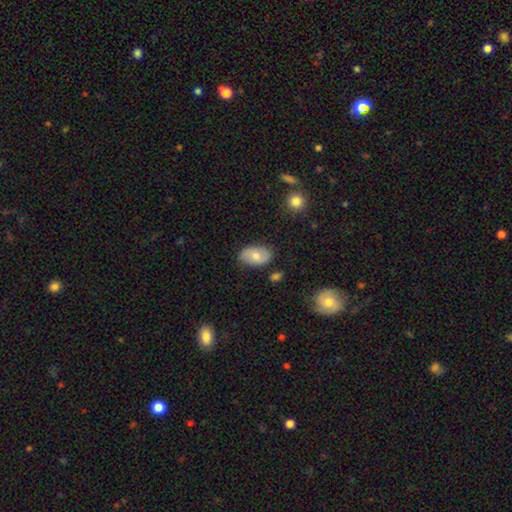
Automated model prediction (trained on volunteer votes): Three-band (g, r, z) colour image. It shows a smooth galaxy with no disk features (68%) that is in between round and cigar-shaped (92%). Merging: none (81%).